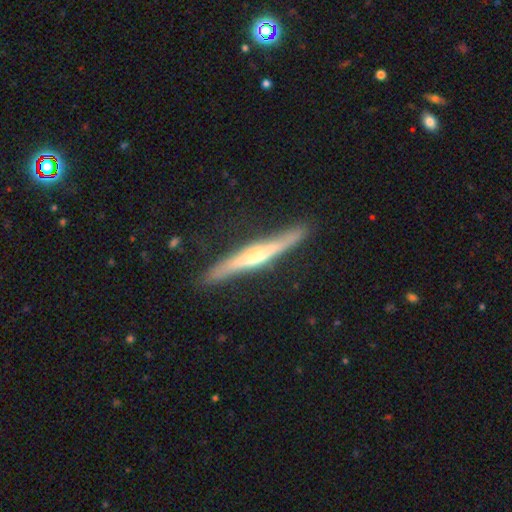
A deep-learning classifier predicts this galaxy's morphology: The model was most divided on "edge-on bulge": rounded: 52%, none: 25%, boxy: 22%. More confident: edge-on disk — yes (94%); merging — none (84%); smooth or featured — featured or disk (68%).